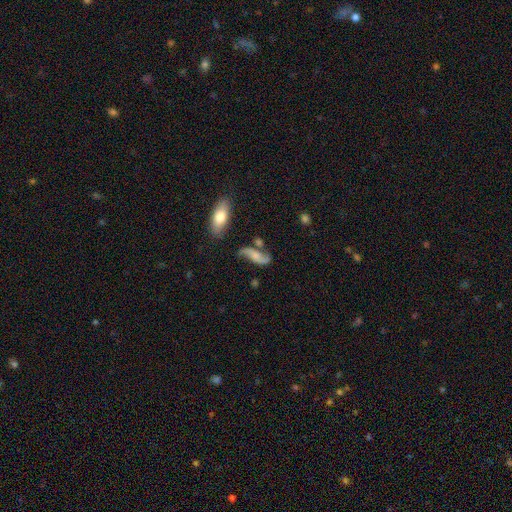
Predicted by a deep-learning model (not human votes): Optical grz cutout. It shows a featured or disk galaxy (71%) with no bar (60%), 2 (92%) loose (84%) spiral arms (93%) and no central bulge (38%). Merging: none (57%).